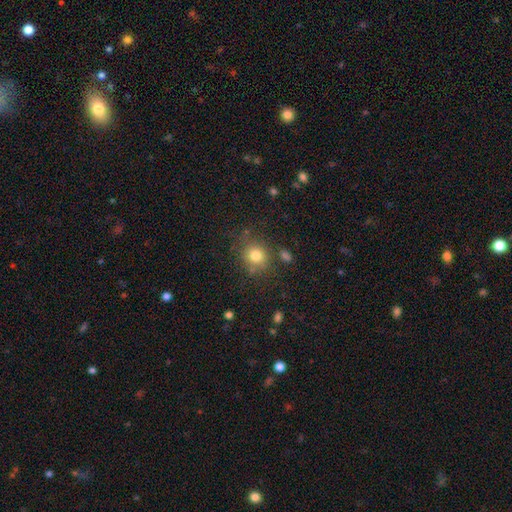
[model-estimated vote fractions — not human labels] Smooth or featured? smooth (79%)
How rounded? round (83%)
Merging? none (76%)